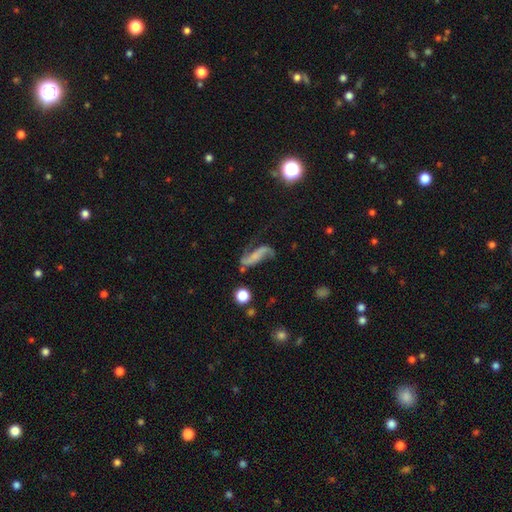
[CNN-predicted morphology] A featured or disk galaxy (72%) with no bar (47%), 2 (89%) loose (83%) spiral arms (91%) and no central bulge (54%). Merging: none (54%).